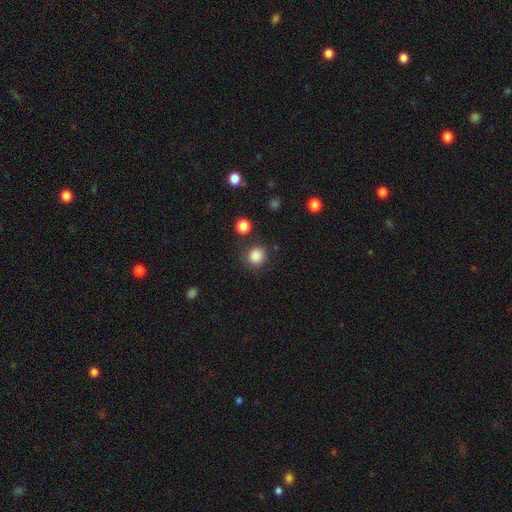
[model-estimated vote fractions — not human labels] Smooth or featured? Predicted: smooth (p=0.86). How rounded? Predicted: round (p=0.91). Merging? Predicted: none (p=0.83).